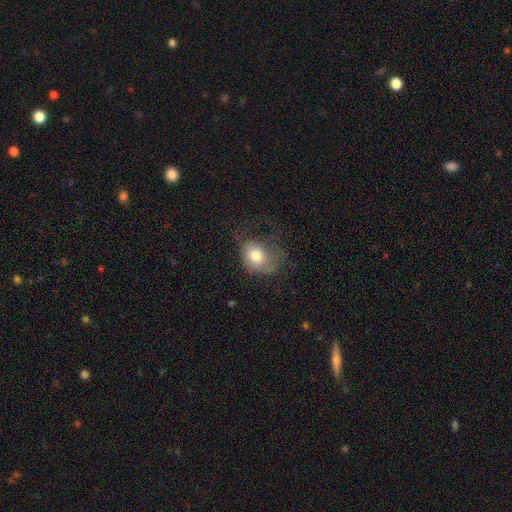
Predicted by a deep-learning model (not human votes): Morphology: type=smooth (73%); roundness=in between (55%); merging=none (35%).